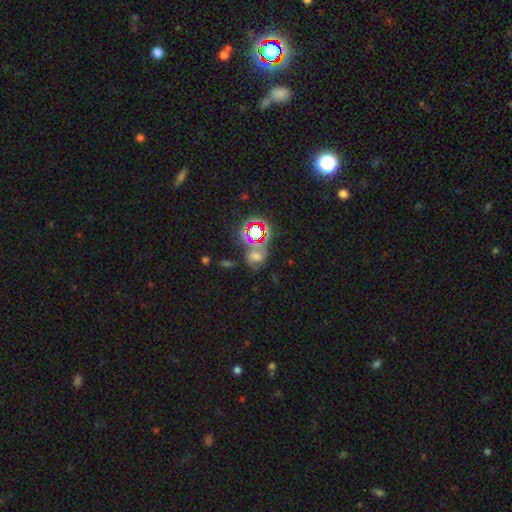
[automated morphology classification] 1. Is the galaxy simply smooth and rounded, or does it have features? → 43% star or artifact, 38% smooth, 19% featured or disk.